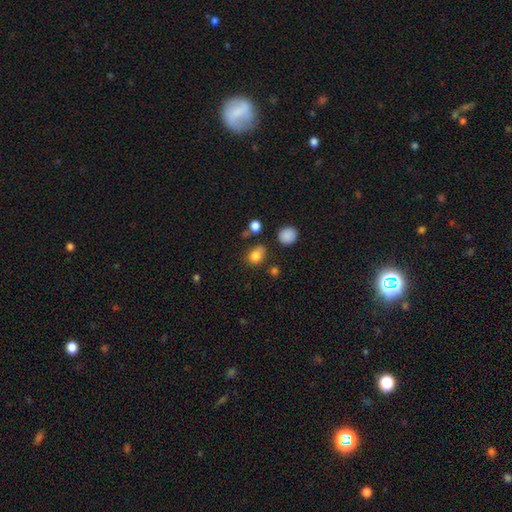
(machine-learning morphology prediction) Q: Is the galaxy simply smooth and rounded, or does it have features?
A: smooth — 81%.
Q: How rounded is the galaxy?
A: in between — 55%.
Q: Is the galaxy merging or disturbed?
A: none — 63%.